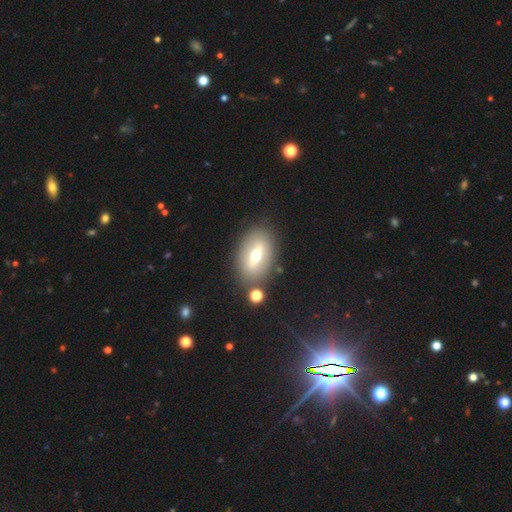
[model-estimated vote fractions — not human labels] The model was most divided on "smooth or featured": featured or disk: 46%, smooth: 45%, star or artifact: 9%. More confident: merging — none (83%).